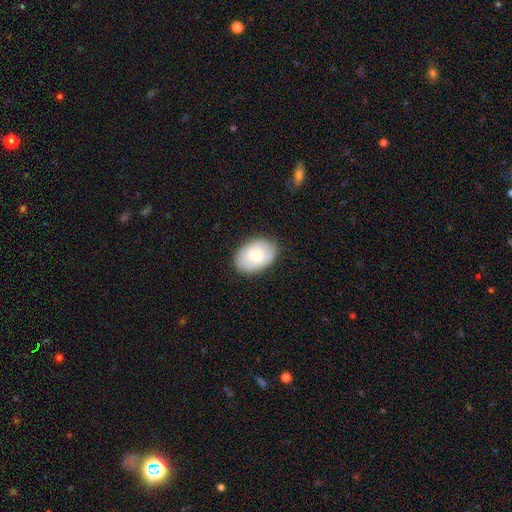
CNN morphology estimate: This appears to be a smooth galaxy with no disk features (74%) that is in between round and cigar-shaped (85%). Merging: none (85%).